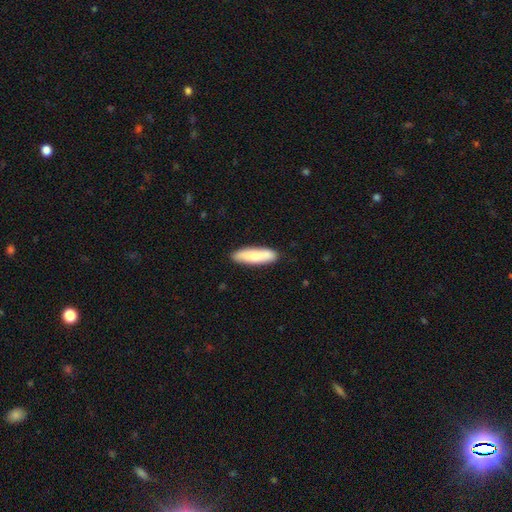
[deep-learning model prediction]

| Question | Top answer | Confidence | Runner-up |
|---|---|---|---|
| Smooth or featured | smooth | 78% | featured or disk (16%) |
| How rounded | cigar-shaped | 69% | in between (30%) |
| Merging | none | 88% | minor disturbance (9%) |